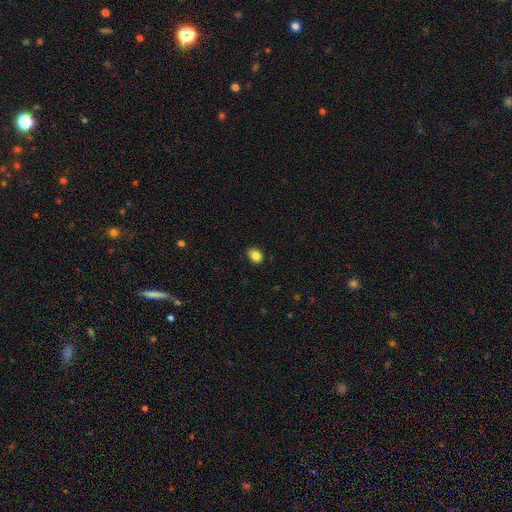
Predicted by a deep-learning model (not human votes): Morphology: type=smooth (86%); roundness=in between (64%); merging=none (87%).